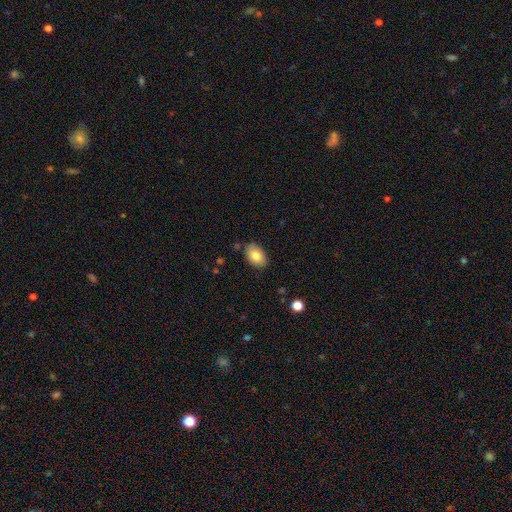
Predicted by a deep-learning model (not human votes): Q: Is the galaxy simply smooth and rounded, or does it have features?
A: smooth — 81%.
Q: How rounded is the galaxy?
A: in between — 88%.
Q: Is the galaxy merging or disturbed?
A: none — 81%.